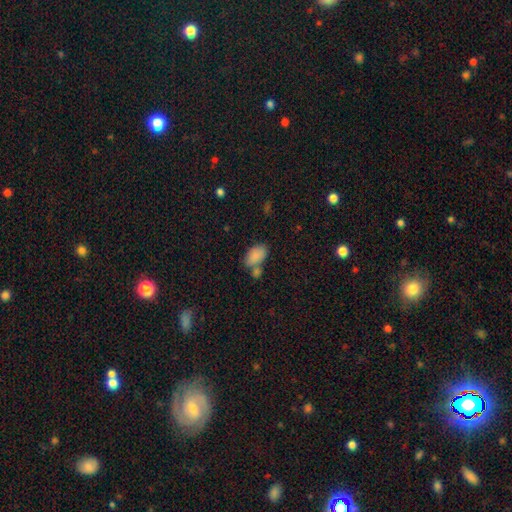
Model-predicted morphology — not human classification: A smooth galaxy with no disk features (86%) that is in between round and cigar-shaped (93%).

Vote fractions:
- Smooth or featured? smooth: 86% / star or artifact: 8% / featured or disk: 6%
- How rounded? in between: 93% / round: 6% / cigar-shaped: 2%
- Merging? none: 51% / merger: 29% / minor disturbance: 15% / major disturbance: 5%